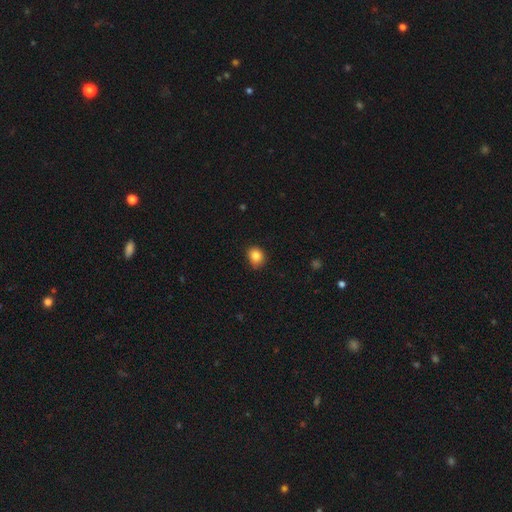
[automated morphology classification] type=smooth (84%); roundness=round (72%); merging=none (82%).